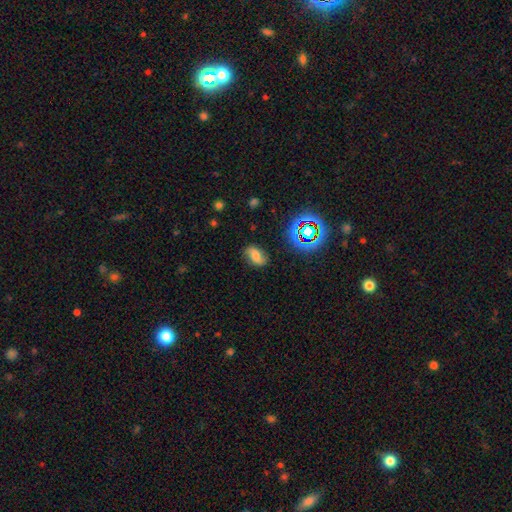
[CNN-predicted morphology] The model was most divided on "smooth or featured": smooth: 53%, featured or disk: 28%, star or artifact: 19%. More confident: how rounded — in between (85%); merging — none (76%).